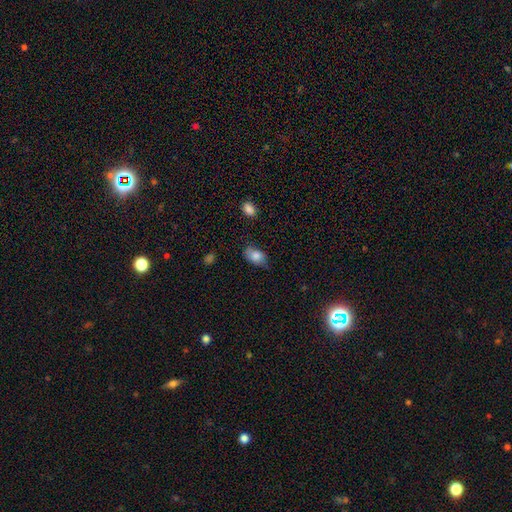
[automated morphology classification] smooth-or-featured: smooth: 82% | featured or disk: 10% | star or artifact: 8%
  how-rounded: in between: 88% | round: 11% | cigar-shaped: 2%
  merging: none: 67% | minor disturbance: 26% | major disturbance: 5% | merger: 2%